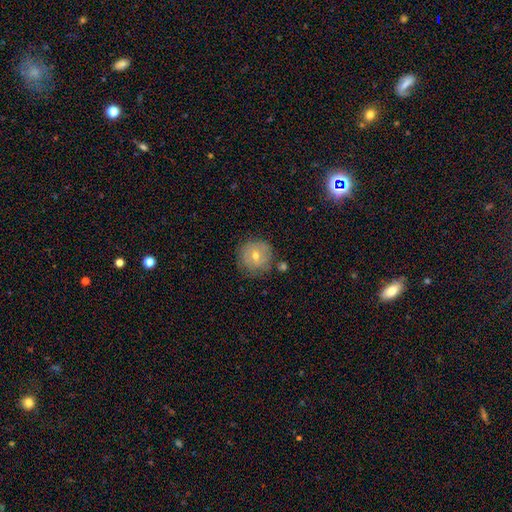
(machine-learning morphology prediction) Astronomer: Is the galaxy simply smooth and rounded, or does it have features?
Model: featured or disk — 48% (runner-up: smooth, 39%).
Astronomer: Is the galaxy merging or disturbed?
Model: none — 81%.